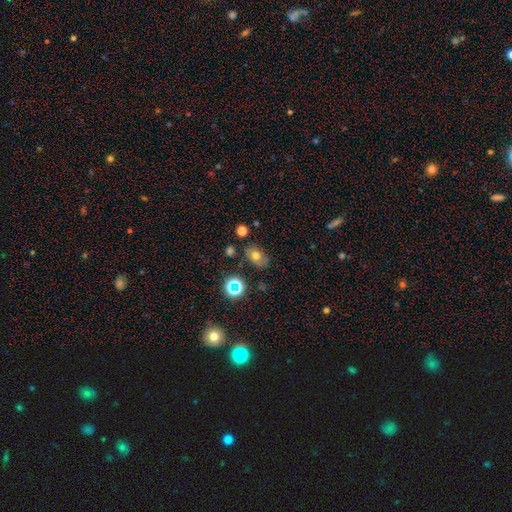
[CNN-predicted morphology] Overall: smooth (65%). How rounded: in between (75%). Merging: none (74%).